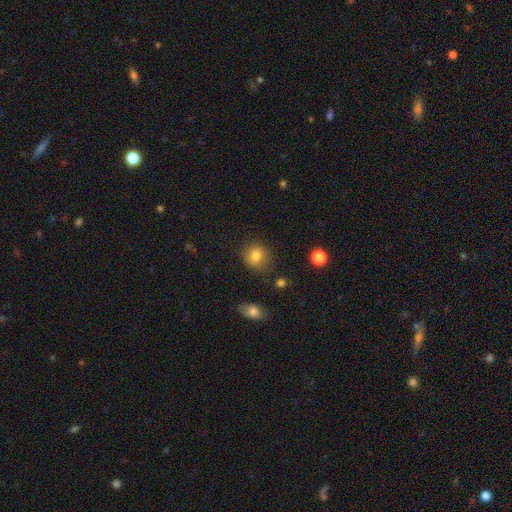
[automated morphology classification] The model was most divided on "how rounded": round: 83%, in between: 16%, cigar-shaped: 1%. More confident: smooth or featured — smooth (82%); merging — none (80%).